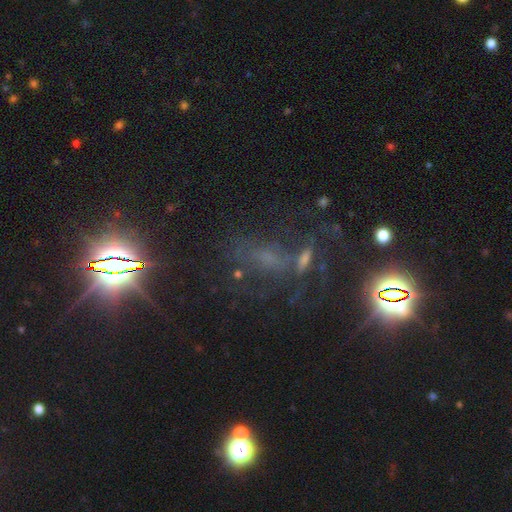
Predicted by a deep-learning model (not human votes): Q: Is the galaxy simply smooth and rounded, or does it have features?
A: star or artifact — 60%.